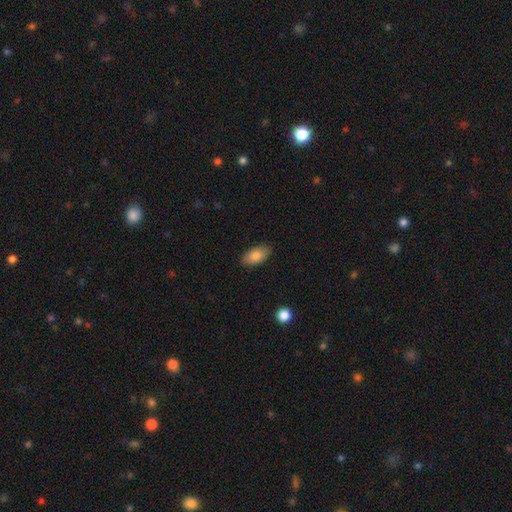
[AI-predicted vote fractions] This is clearly a smooth galaxy (84%). How rounded: clearly in between (93%). Merging: clearly none (87%).